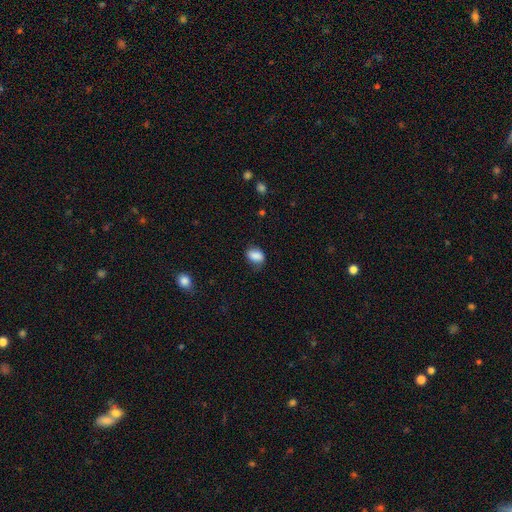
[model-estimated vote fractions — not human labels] smooth 85%, star or artifact 8%, featured or disk 6%. Down the decision tree: how rounded — in between (78%); merging — none (65%).